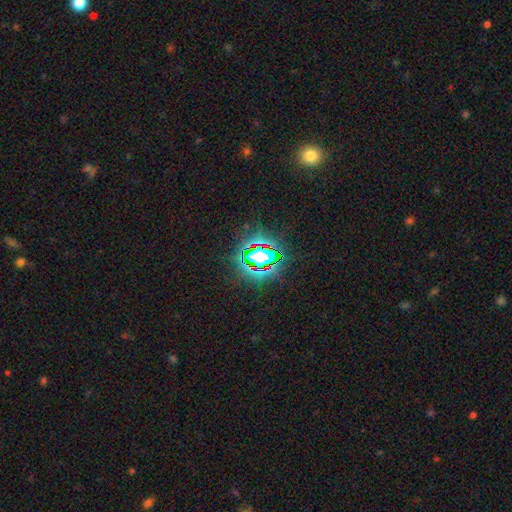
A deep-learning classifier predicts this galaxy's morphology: Smooth or featured? star or artifact (72%)